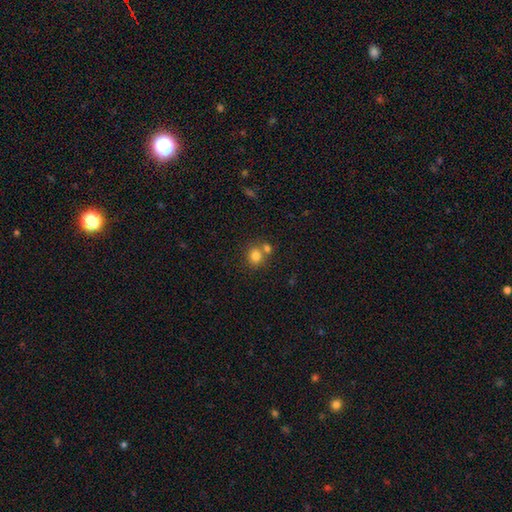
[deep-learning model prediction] Smooth or featured? smooth (80%)
How rounded? round (81%)
Merging? none (56%)